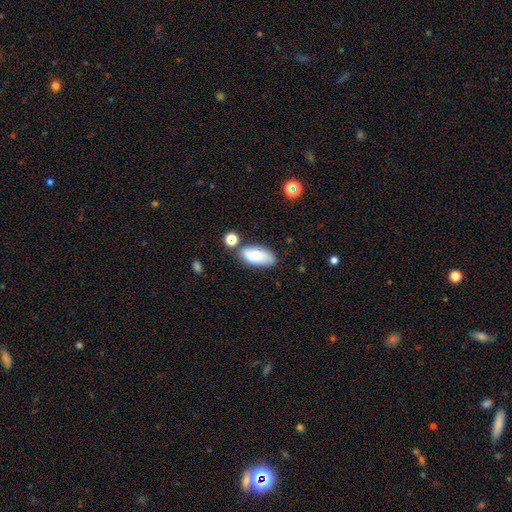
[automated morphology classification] smooth_or_featured: smooth (p=0.74) [alt: featured or disk p=0.18]
how_rounded: in between (p=0.91) [alt: cigar-shaped p=0.06]
merging: none (p=0.70) [alt: minor disturbance p=0.17]